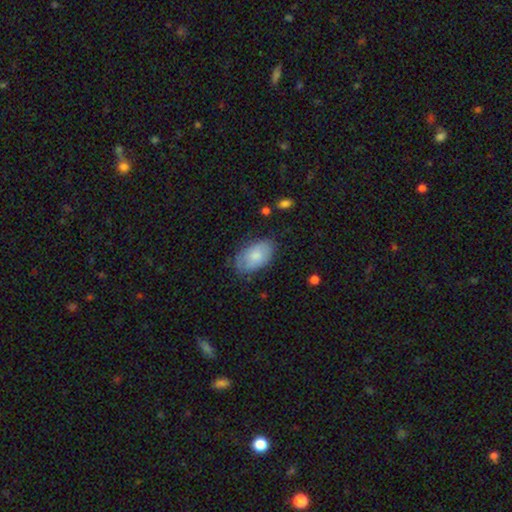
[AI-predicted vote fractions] smooth 73%, featured or disk 21%, star or artifact 6%. Down the decision tree: how rounded — in between (93%); merging — none (72%).